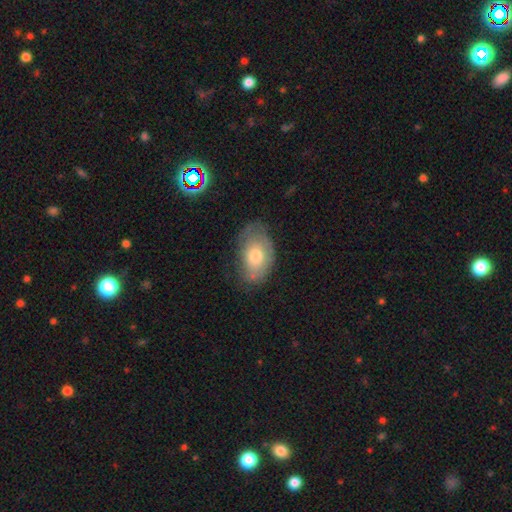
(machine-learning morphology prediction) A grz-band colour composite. It shows a smooth galaxy with no disk features (55%) that is in between round and cigar-shaped (88%). Merging: none (58%).